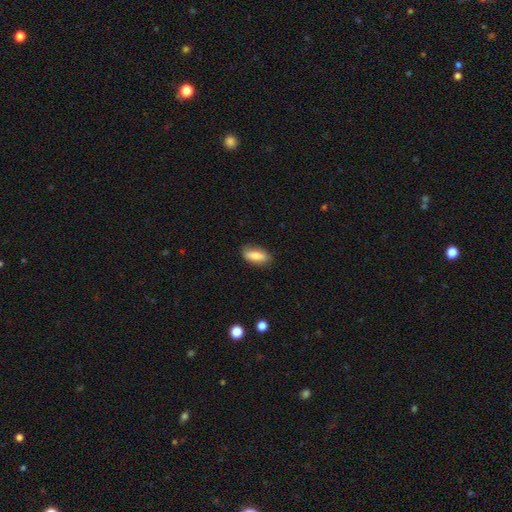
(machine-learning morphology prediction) smooth_or_featured: smooth (p=0.82) [alt: featured or disk p=0.12]
how_rounded: in between (p=0.76) [alt: cigar-shaped p=0.21]
merging: none (p=0.83) [alt: minor disturbance p=0.13]